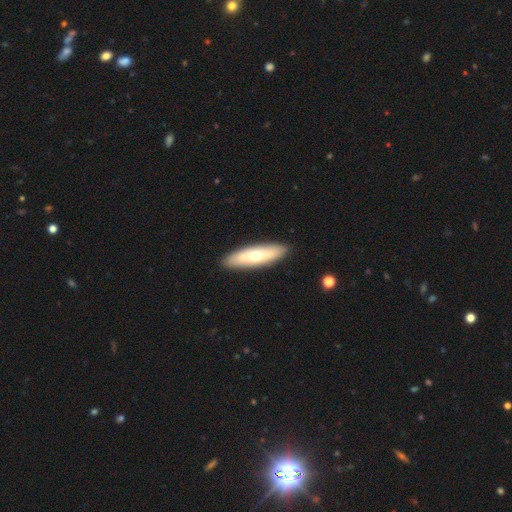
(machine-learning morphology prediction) This appears to be a smooth galaxy with no disk features (55%) that is cigar-shaped (59%). Merging: none (89%).